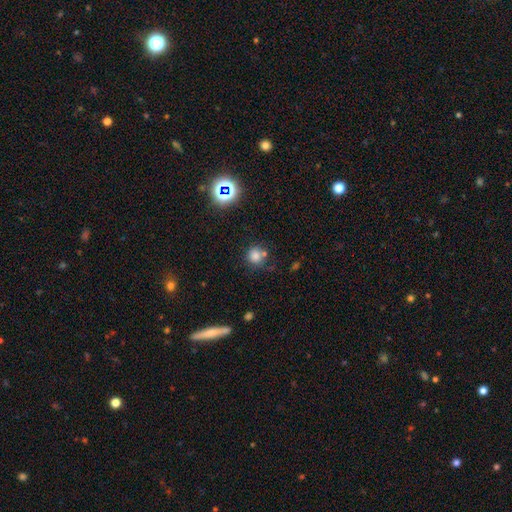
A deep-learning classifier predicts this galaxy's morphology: Smooth or featured: smooth — 76% (star or artifact — 16%)
How rounded: round — 88% (in between — 11%)
Merging: none — 66% (merger — 15%)